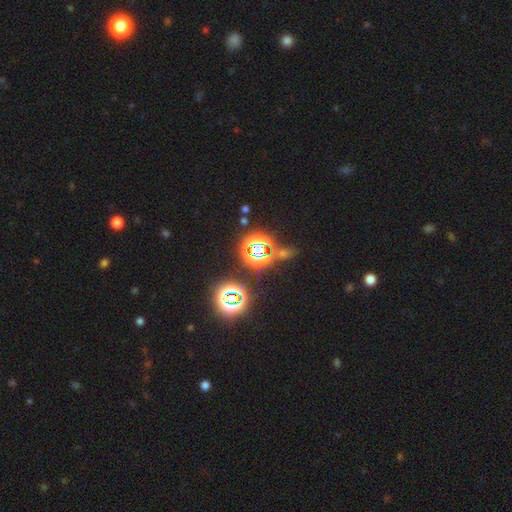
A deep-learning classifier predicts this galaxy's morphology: A star or artifact, not a galaxy (78%).

Vote fractions:
- Smooth or featured? star or artifact: 78% / smooth: 14% / featured or disk: 8%